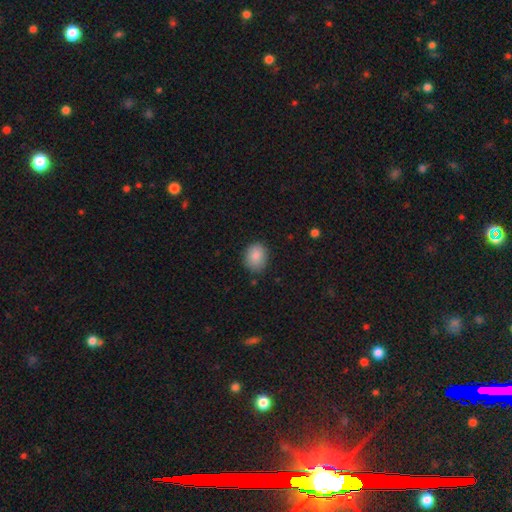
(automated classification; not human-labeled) Overall: smooth (87%). How rounded: round (50%; in between 49%). Merging: none (83%).